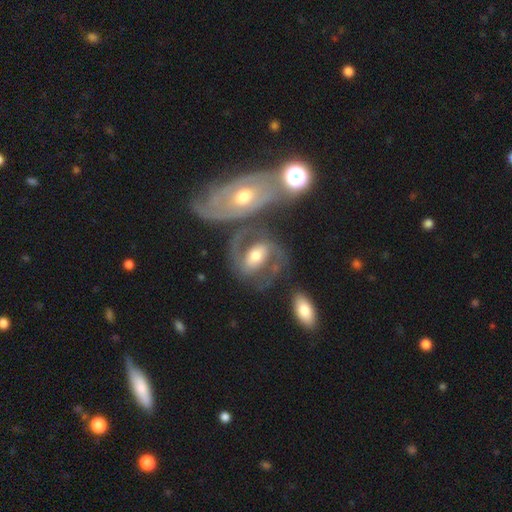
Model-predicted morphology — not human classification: A featured or disk galaxy (83%) with a weak bar (40%), 2 (92%) medium (57%) spiral arms (94%) and a moderate central bulge (68%).

Vote fractions:
- Smooth or featured? featured or disk: 83% / smooth: 11% / star or artifact: 5%
- Edge-on disk? no: 96% / yes: 4%
- Bar? weak: 40% / strong: 36% / no: 24%
- Spiral arms? yes: 94% / no: 6%
- Spiral winding? medium: 57% / tight: 26% / loose: 18%
- Spiral arm count? 2: 92% / can't tell: 3% / 1: 2% / 3: 2% / 4: 1% / more than 4: 1%
- Bulge size? moderate: 68% / small: 15% / large: 13% / none: 2% / dominant: 2%
- Merging? none: 53% / merger: 24% / minor disturbance: 14% / major disturbance: 9%